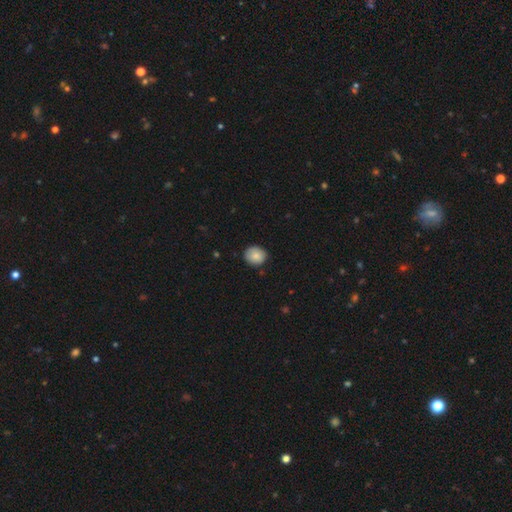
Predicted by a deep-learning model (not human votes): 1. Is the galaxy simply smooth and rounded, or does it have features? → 85% smooth, 8% star or artifact, 7% featured or disk.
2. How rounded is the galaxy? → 75% round, 24% in between, 1% cigar-shaped.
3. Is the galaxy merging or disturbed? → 83% none, 14% minor disturbance, 2% major disturbance, 1% merger.